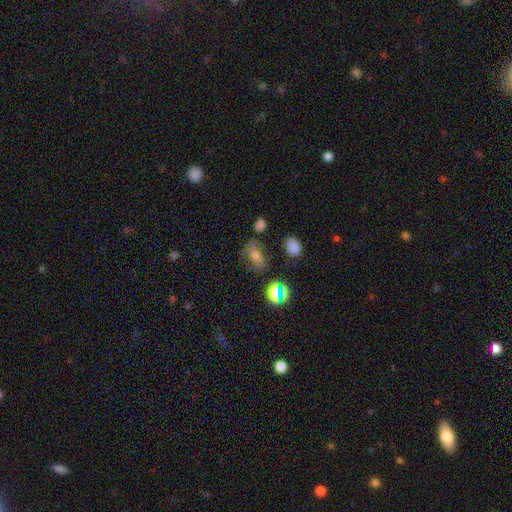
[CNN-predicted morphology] A smooth galaxy with no disk features (56%) that is in between round and cigar-shaped (79%). Merging: none (65%).